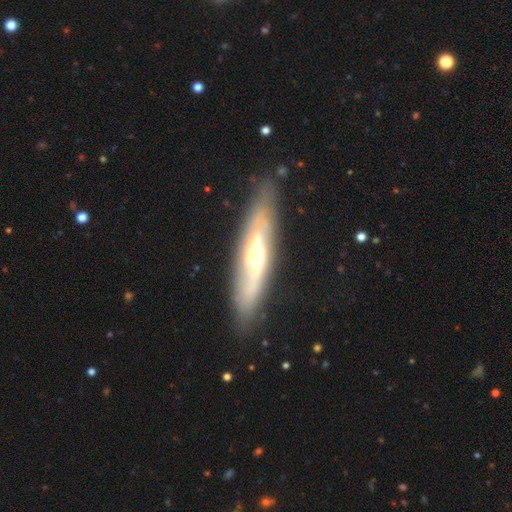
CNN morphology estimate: This appears to be a featured or disk galaxy (68%). Merging: none (81%).